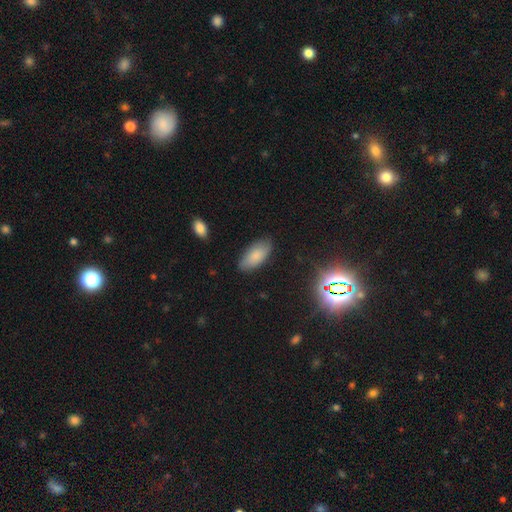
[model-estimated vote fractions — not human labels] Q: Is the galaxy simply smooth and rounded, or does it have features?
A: smooth — 81%.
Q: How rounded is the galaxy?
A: in between — 91%.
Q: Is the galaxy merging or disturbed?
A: none — 82%.